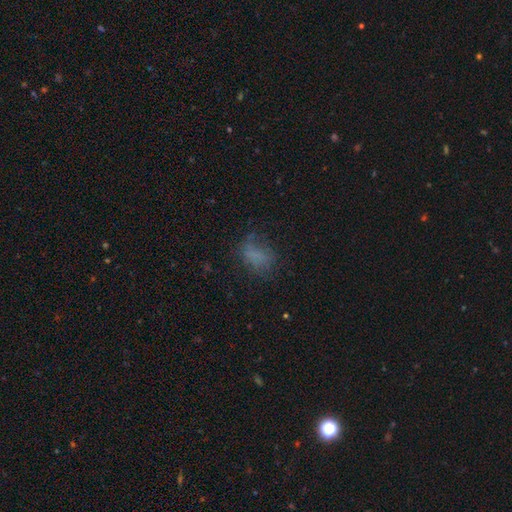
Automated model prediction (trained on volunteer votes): A smooth galaxy with no disk features (61%) that is in between round and cigar-shaped (76%). Merging: none (50%).